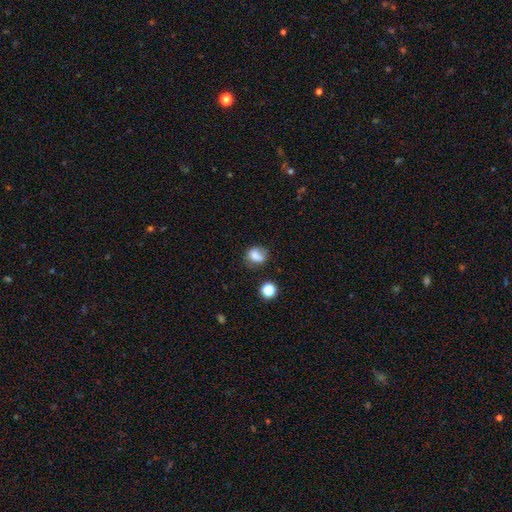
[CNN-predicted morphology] A smooth galaxy with no disk features (74%) that is round (55%).

Vote fractions:
- Smooth or featured? smooth: 74% / featured or disk: 14% / star or artifact: 12%
- How rounded? round: 55% / in between: 44% / cigar-shaped: 1%
- Merging? none: 54% / minor disturbance: 24% / merger: 11% / major disturbance: 10%